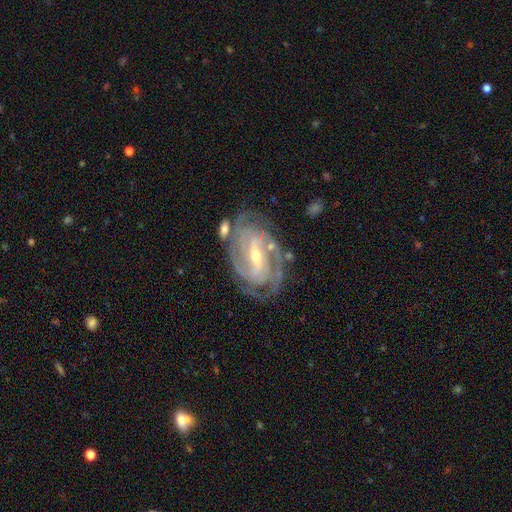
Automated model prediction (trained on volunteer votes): A featured or disk galaxy (91%) with a strong bar (54%), 2 (37%) tight (65%) spiral arms (97%) and a small central bulge (55%). Merging: none (72%).